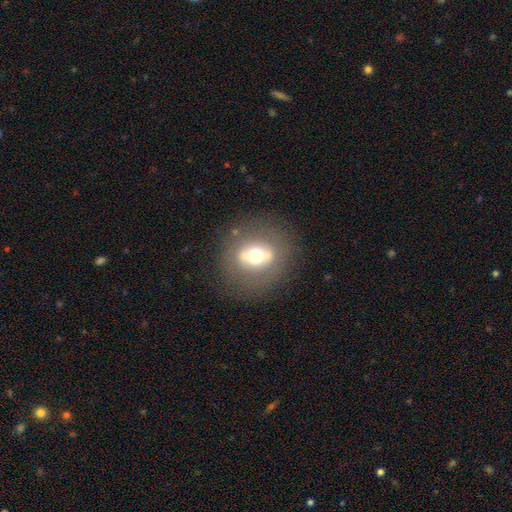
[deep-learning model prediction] A smooth galaxy with no disk features (47%). Merging: none (80%).